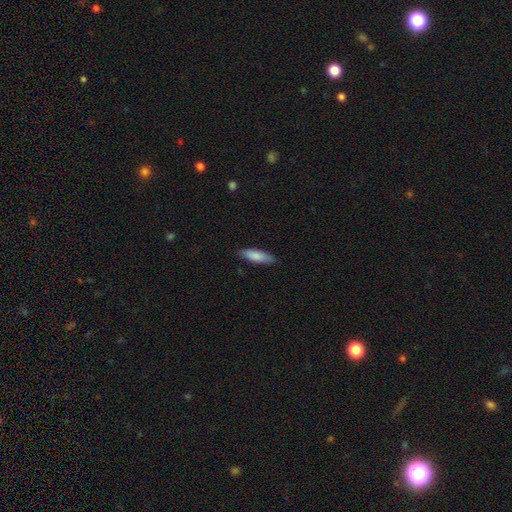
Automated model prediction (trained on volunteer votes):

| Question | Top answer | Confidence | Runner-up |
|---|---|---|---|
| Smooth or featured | smooth | 84% | featured or disk (11%) |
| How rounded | cigar-shaped | 53% | in between (45%) |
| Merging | none | 85% | minor disturbance (12%) |